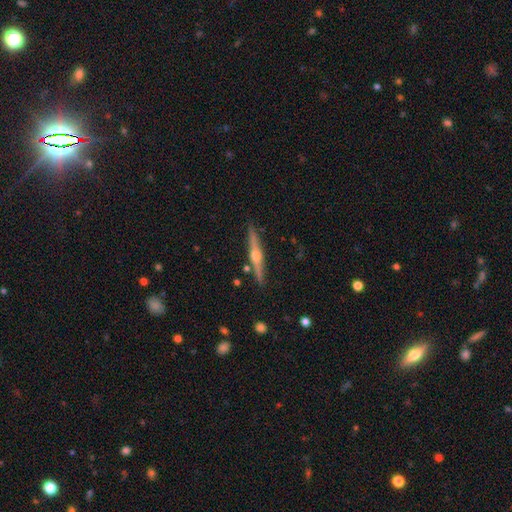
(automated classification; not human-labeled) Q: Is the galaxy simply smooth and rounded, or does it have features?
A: featured or disk — 80%.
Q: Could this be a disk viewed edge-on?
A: yes — 98%.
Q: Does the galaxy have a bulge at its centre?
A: rounded — 92%.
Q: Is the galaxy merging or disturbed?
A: none — 90%.